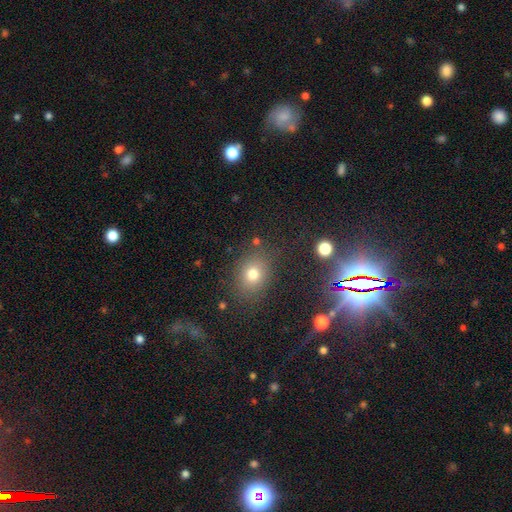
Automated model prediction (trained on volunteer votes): smooth_or_featured: star or artifact (p=0.54) [alt: smooth p=0.35]